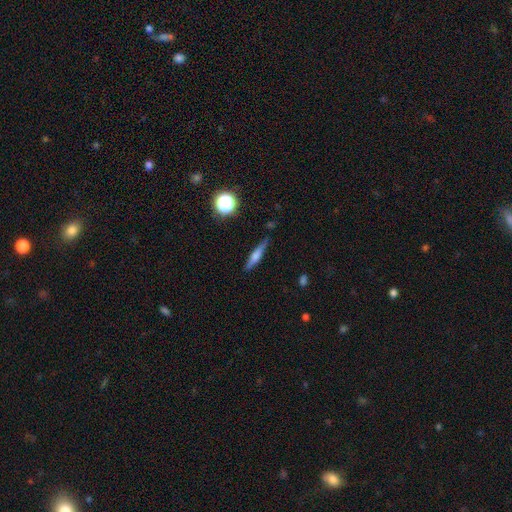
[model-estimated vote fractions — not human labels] smooth 49%, featured or disk 42%, star or artifact 9%. Down the decision tree: merging — none (81%).